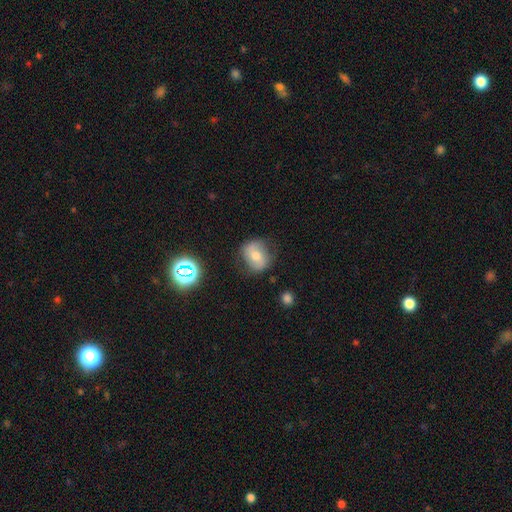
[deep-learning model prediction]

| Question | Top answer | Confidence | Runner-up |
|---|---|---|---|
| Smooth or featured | smooth | 49% | featured or disk (39%) |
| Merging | none | 71% | minor disturbance (20%) |